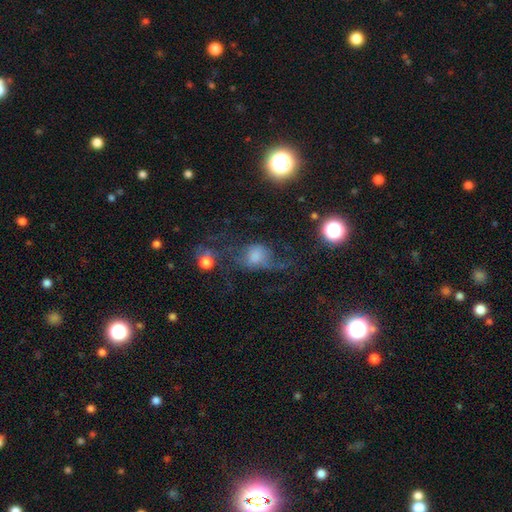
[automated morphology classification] This is possibly a smooth galaxy (47%). Merging: marginally major disturbance (40%).